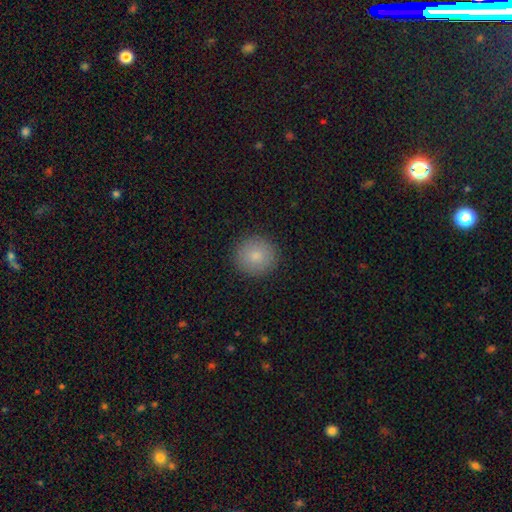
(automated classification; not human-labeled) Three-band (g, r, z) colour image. It shows a smooth galaxy with no disk features (85%) that is round (91%). Merging: none (91%).